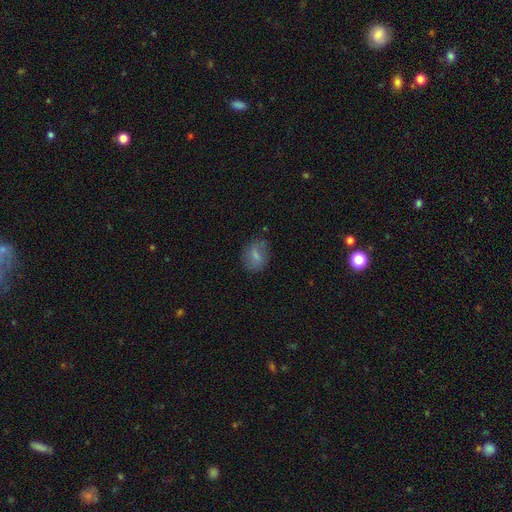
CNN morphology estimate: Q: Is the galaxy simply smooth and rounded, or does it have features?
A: smooth — 70%.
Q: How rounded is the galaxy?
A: in between — 56%.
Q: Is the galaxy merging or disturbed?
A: none — 73%.